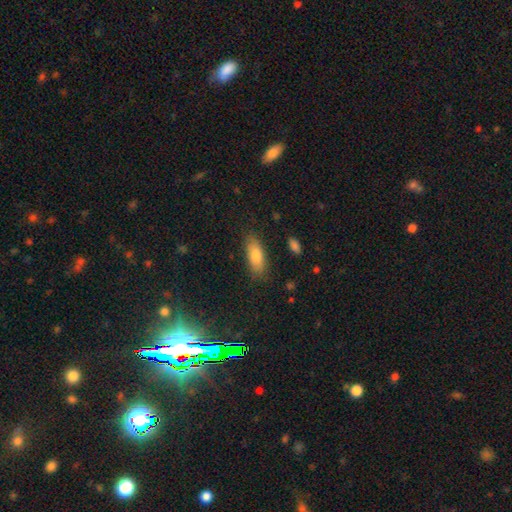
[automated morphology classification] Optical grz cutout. It shows a smooth galaxy with no disk features (80%) that is in between round and cigar-shaped (79%). Merging: none (81%).